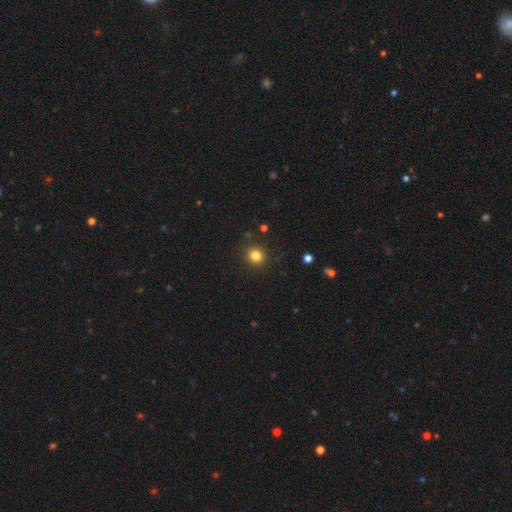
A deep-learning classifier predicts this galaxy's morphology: A smooth galaxy with no disk features (82%) that is round (89%).

Vote fractions:
- Smooth or featured? smooth: 82% / star or artifact: 13% / featured or disk: 5%
- How rounded? round: 89% / in between: 10% / cigar-shaped: 1%
- Merging? none: 89% / minor disturbance: 7% / major disturbance: 2% / merger: 2%